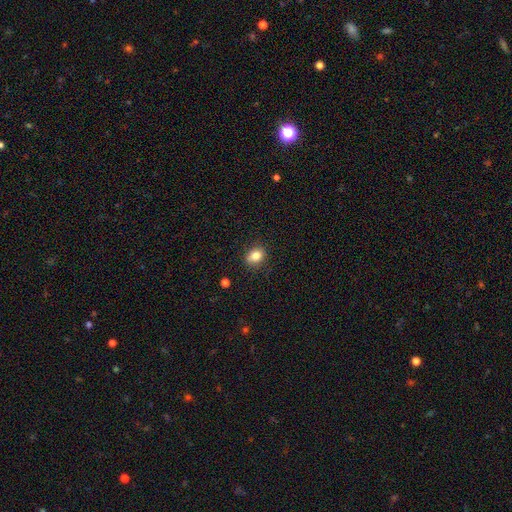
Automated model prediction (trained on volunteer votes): Morphology: type=smooth (82%); roundness=in between (52%); merging=none (83%).